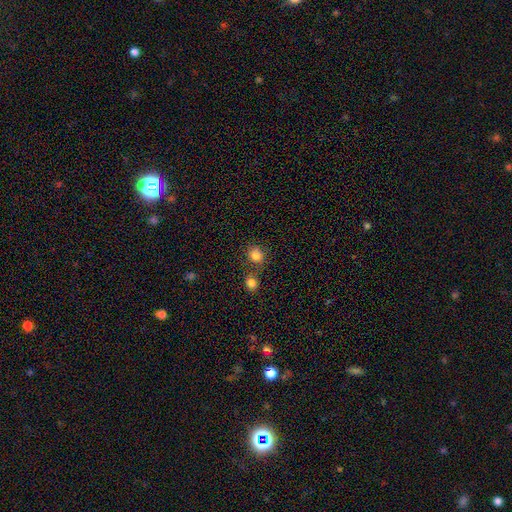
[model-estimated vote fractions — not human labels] The model was most divided on "merging": none: 63%, merger: 22%, minor disturbance: 11%, major disturbance: 4%. More confident: smooth or featured — smooth (82%); how rounded — round (76%).